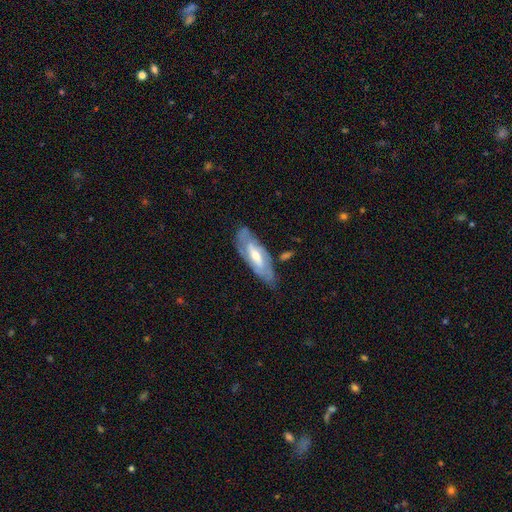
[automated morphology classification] A featured or disk galaxy (71%) with a weak bar (43%), spiral arms (79%) and a moderate central bulge (58%).

Vote fractions:
- Smooth or featured? featured or disk: 71% / smooth: 23% / star or artifact: 6%
- Edge-on disk? no: 82% / yes: 18%
- Bar? weak: 43% / strong: 29% / no: 28%
- Spiral arms? yes: 79% / no: 21%
- Bulge size? moderate: 58% / small: 34% / large: 5% / none: 2% / dominant: 1%
- Merging? none: 73% / minor disturbance: 19% / major disturbance: 5% / merger: 3%